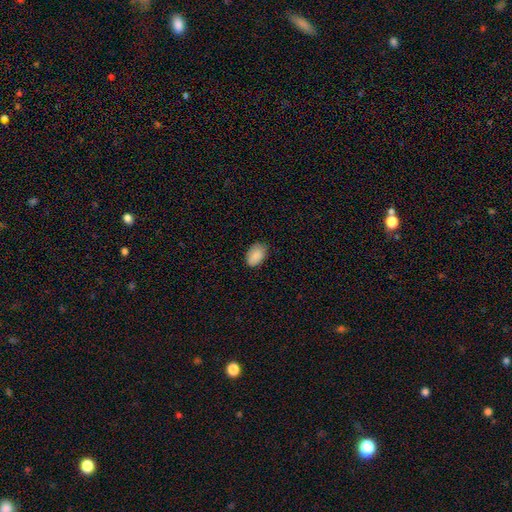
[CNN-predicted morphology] Q: Smooth or featured?
A: smooth (89%); runner-up: star or artifact (7%)
Q: How rounded?
A: in between (90%); runner-up: round (8%)
Q: Merging?
A: none (77%); runner-up: minor disturbance (19%)